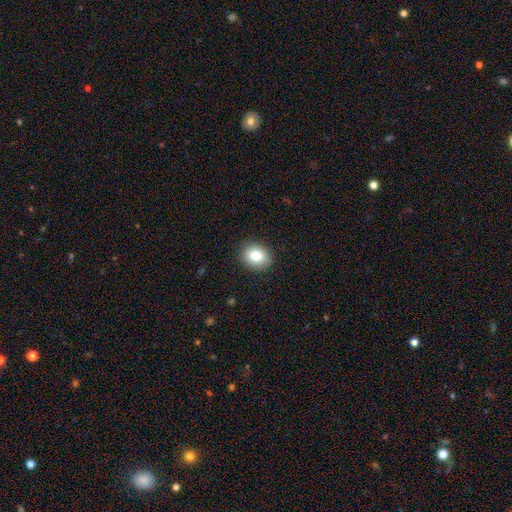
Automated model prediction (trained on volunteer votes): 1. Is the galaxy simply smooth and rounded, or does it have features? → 82% smooth, 9% star or artifact, 9% featured or disk.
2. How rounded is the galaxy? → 54% round, 45% in between, 1% cigar-shaped.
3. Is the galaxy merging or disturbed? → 89% none, 8% minor disturbance, 2% major disturbance, 1% merger.